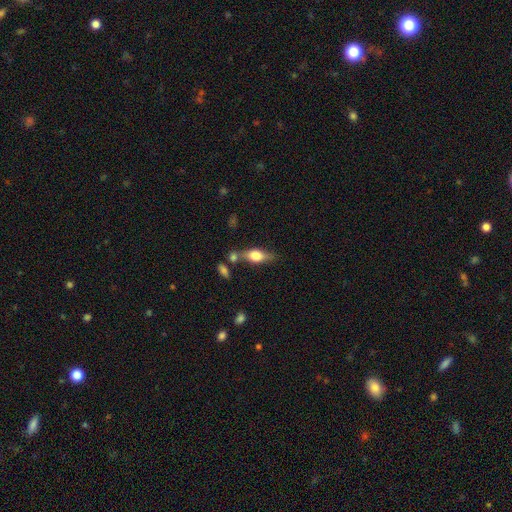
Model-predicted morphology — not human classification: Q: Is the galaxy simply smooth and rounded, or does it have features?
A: smooth — 53%.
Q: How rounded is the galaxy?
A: in between — 69%.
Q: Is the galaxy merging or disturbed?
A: none — 63%.